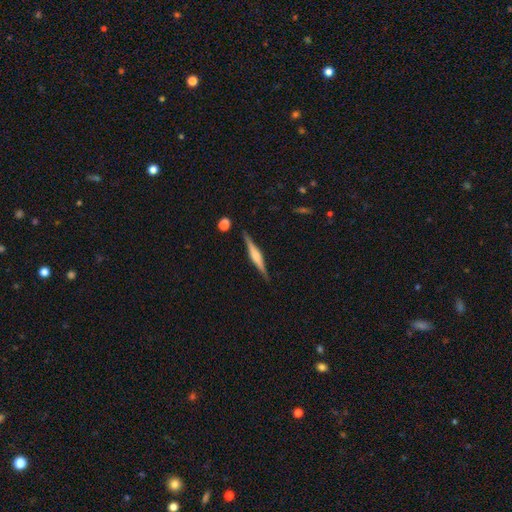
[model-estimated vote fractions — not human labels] smooth-or-featured: featured or disk: 71% | smooth: 22% | star or artifact: 6%
  disk-edge-on: yes: 98% | no: 2%
    edge-on-bulge: rounded: 64% | boxy: 28% | none: 8%
  merging: none: 88% | minor disturbance: 8% | merger: 2% | major disturbance: 2%